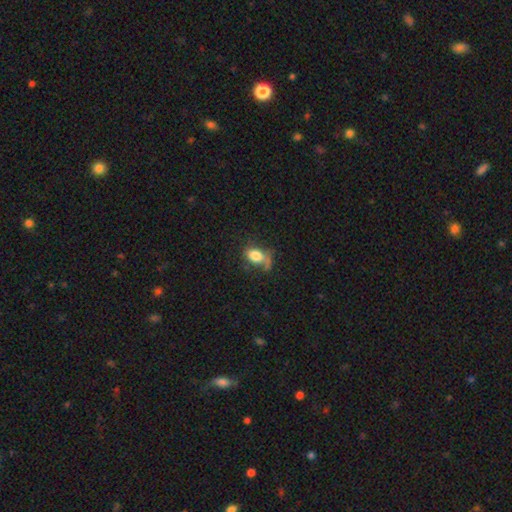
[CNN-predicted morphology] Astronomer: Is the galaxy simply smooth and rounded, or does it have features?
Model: smooth — 76%.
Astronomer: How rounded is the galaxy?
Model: in between — 79%.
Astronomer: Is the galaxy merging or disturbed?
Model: none — 43% (runner-up: minor disturbance, 26%).